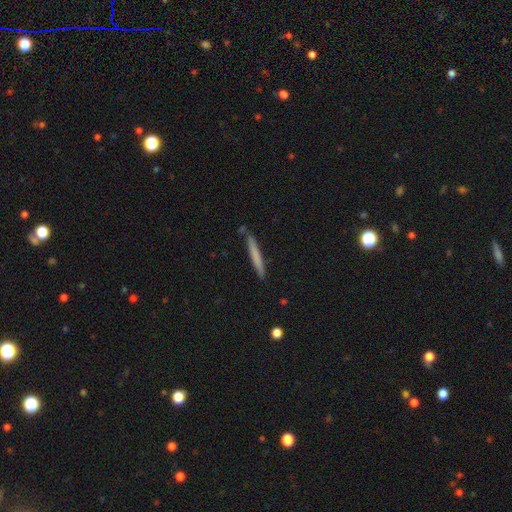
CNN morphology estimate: Q: Smooth or featured?
A: smooth (69%); runner-up: featured or disk (25%)
Q: How rounded?
A: cigar-shaped (96%); runner-up: in between (3%)
Q: Merging?
A: none (84%); runner-up: minor disturbance (11%)